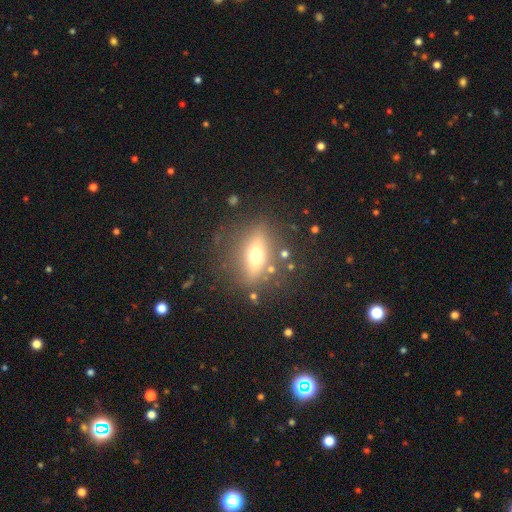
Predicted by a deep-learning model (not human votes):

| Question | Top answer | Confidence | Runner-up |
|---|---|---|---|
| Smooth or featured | smooth | 51% | featured or disk (38%) |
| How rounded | in between | 61% | cigar-shaped (25%) |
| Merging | none | 77% | minor disturbance (13%) |